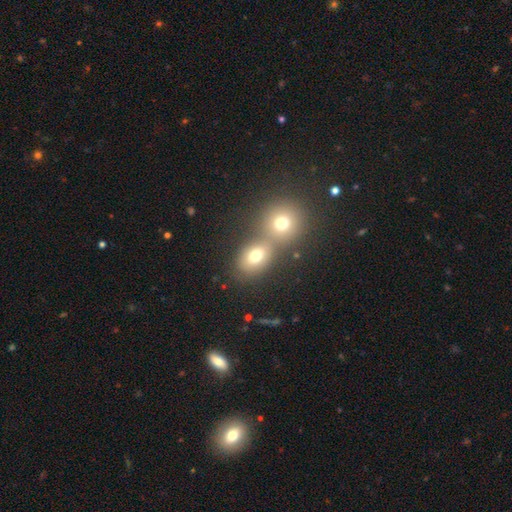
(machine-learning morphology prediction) Overall: smooth (72%). How rounded: in between (55%; round 44%). Merging: merger (47%; none 41%).